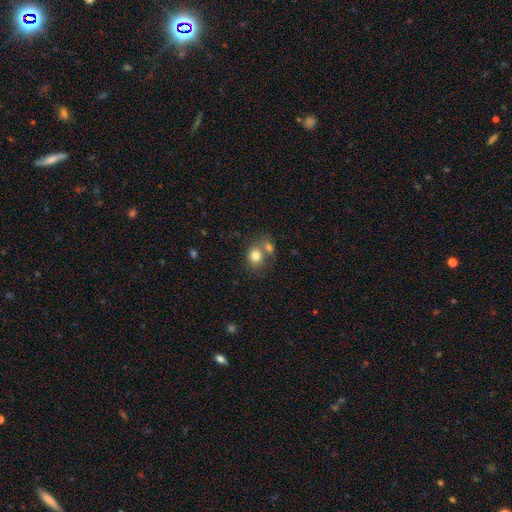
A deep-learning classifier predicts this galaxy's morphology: The model was most divided on "merging": merger: 45%, none: 41%, minor disturbance: 10%, major disturbance: 4%. More confident: smooth or featured — smooth (80%); how rounded — round (63%).